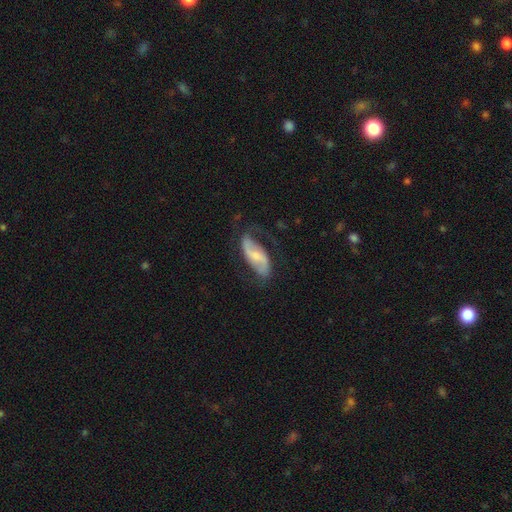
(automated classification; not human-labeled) Smooth or featured?
  - featured or disk: 72% *
  - smooth: 22%
  - star or artifact: 6%
Edge-on disk?
  - no: 94% *
  - yes: 6%
Bar?
  - weak: 41% *
  - no: 34%
  - strong: 25%
Spiral arms?
  - yes: 91% *
  - no: 9%
Spiral winding?
  - loose: 52% *
  - medium: 35%
  - tight: 13%
Spiral arm count?
  - 2: 87% *
  - can't tell: 6%
  - 1: 4%
  - 3: 1%
  - 4: 1%
  - more than 4: 1%
Bulge size?
  - small: 46% *
  - moderate: 38%
  - none: 11%
  - large: 5%
  - dominant: 1%
Merging?
  - none: 62% *
  - minor disturbance: 22%
  - major disturbance: 14%
  - merger: 2%